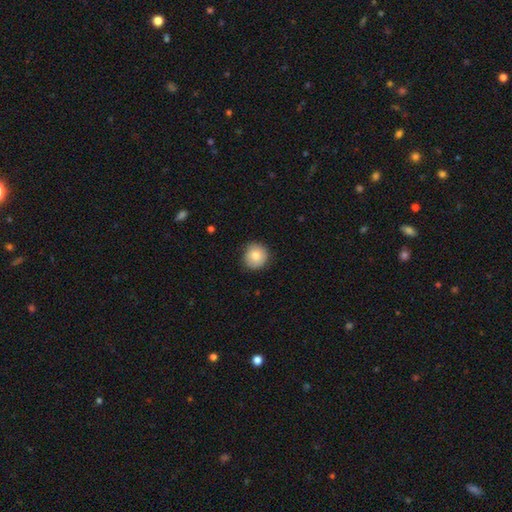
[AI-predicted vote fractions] Morphology: type=smooth (82%); roundness=round (93%); merging=none (86%).